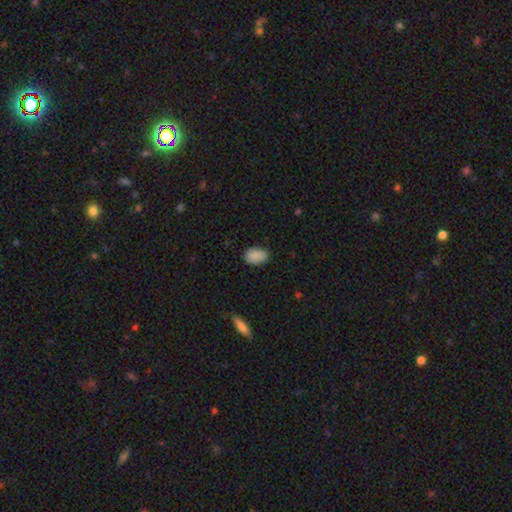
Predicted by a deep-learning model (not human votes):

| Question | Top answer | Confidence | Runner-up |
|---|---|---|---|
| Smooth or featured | smooth | 88% | star or artifact (8%) |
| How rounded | in between | 88% | round (10%) |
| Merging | none | 80% | minor disturbance (16%) |